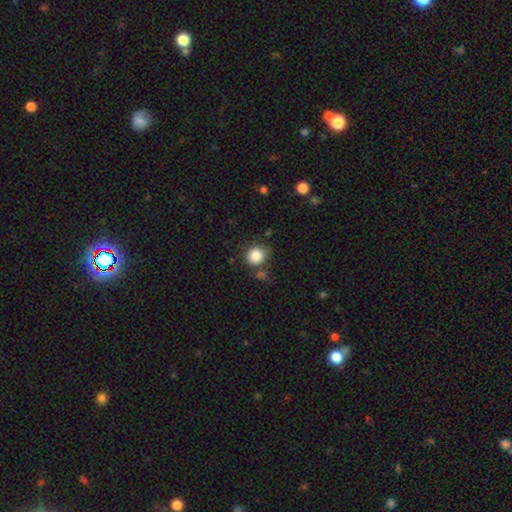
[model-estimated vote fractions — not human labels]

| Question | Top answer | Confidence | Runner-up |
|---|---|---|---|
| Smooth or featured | smooth | 85% | star or artifact (10%) |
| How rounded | round | 86% | in between (13%) |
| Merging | none | 74% | minor disturbance (14%) |